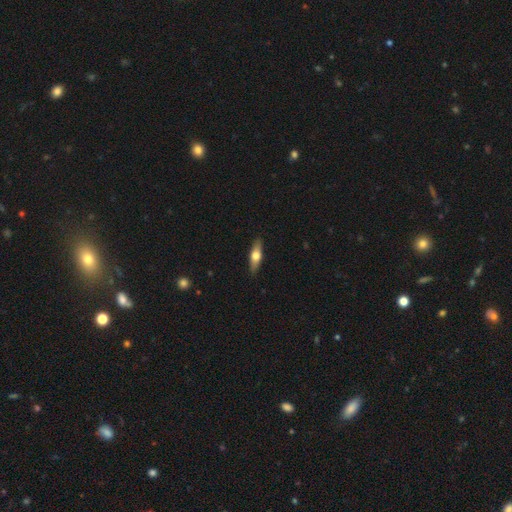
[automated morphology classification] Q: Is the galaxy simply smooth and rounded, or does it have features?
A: smooth — 50%.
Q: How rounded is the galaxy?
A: cigar-shaped — 53%.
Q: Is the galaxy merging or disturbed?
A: none — 89%.